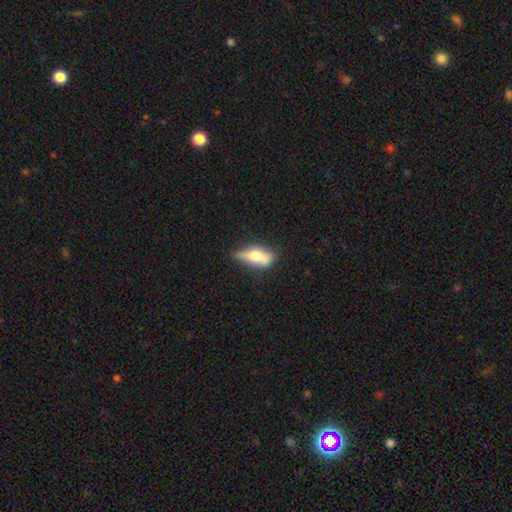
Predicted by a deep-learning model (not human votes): Smooth or featured? Predicted: smooth (p=0.52). How rounded? Predicted: in between (p=0.67). Merging? Predicted: none (p=0.48).